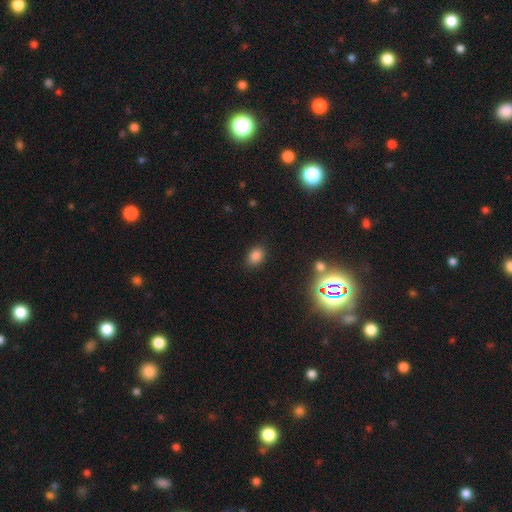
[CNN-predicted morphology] A smooth galaxy with no disk features (80%) that is in between round and cigar-shaped (70%).

Vote fractions:
- Smooth or featured? smooth: 80% / star or artifact: 15% / featured or disk: 5%
- How rounded? in between: 70% / round: 29% / cigar-shaped: 1%
- Merging? none: 85% / minor disturbance: 10% / major disturbance: 3% / merger: 2%